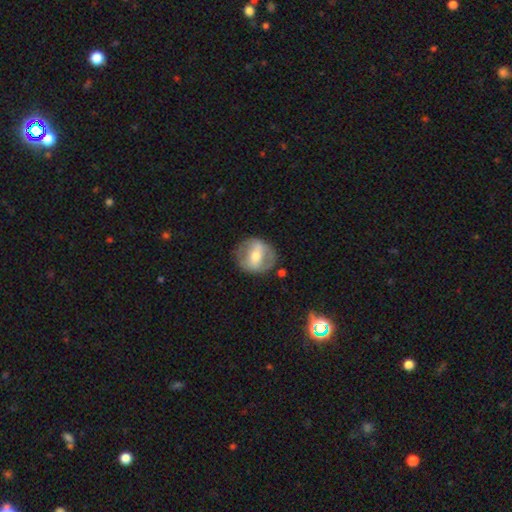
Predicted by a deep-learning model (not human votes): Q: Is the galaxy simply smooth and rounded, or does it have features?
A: featured or disk — 57%.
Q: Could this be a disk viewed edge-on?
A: no — 93%.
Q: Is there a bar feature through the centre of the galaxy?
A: strong — 45%.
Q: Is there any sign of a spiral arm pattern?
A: no — 63%.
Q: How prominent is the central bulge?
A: moderate — 65%.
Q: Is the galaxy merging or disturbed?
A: none — 79%.